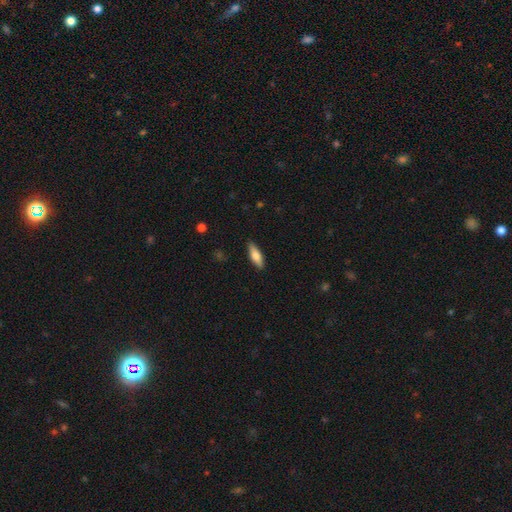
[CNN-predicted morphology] smooth_or_featured: smooth (p=0.71) [alt: featured or disk p=0.23]
how_rounded: in between (p=0.56) [alt: cigar-shaped p=0.42]
merging: none (p=0.88) [alt: minor disturbance p=0.09]